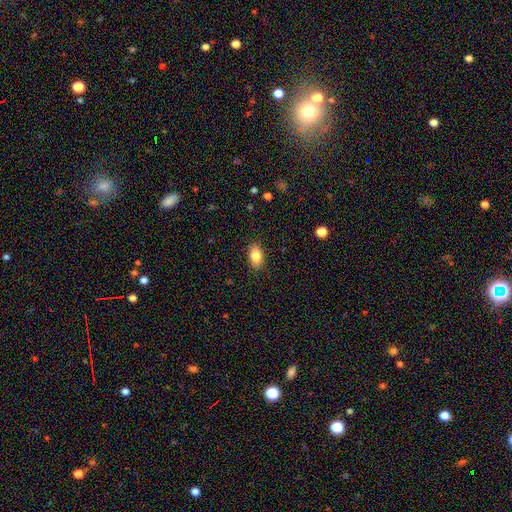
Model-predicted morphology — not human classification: A smooth galaxy with no disk features (84%) that is in between round and cigar-shaped (90%). Merging: none (88%).